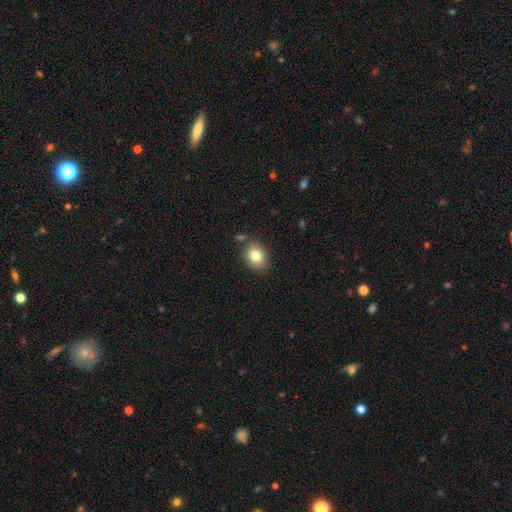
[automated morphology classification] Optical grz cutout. It shows a smooth galaxy with no disk features (81%) that is in between round and cigar-shaped (53%). Merging: none (79%).